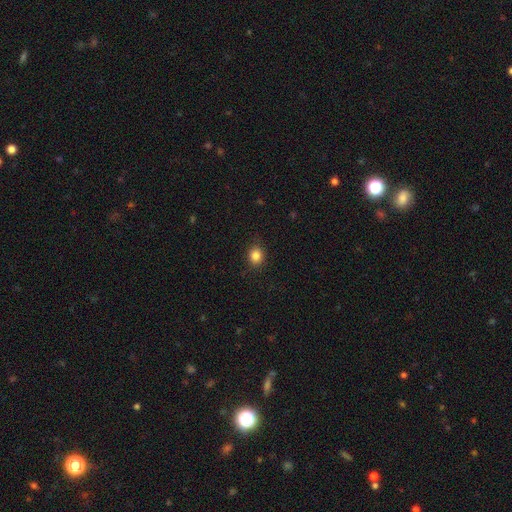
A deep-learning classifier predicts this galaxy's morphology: smooth_or_featured: smooth (p=0.84) [alt: star or artifact p=0.11]
how_rounded: round (p=0.71) [alt: in between p=0.28]
merging: none (p=0.87) [alt: minor disturbance p=0.09]